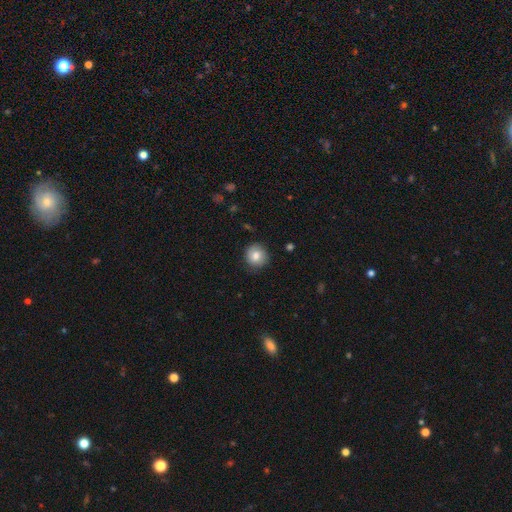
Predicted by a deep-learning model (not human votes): Smooth or featured? Predicted: smooth (p=0.80). How rounded? Predicted: round (p=0.90). Merging? Predicted: none (p=0.84).